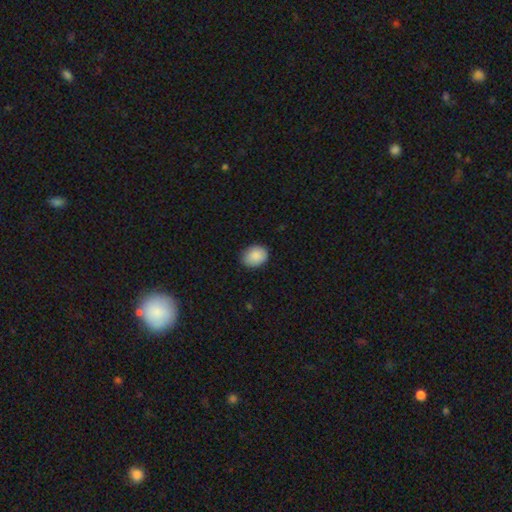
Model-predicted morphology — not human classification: The model was most divided on "how rounded": in between: 61%, round: 38%, cigar-shaped: 1%. More confident: smooth or featured — smooth (88%); merging — none (82%).